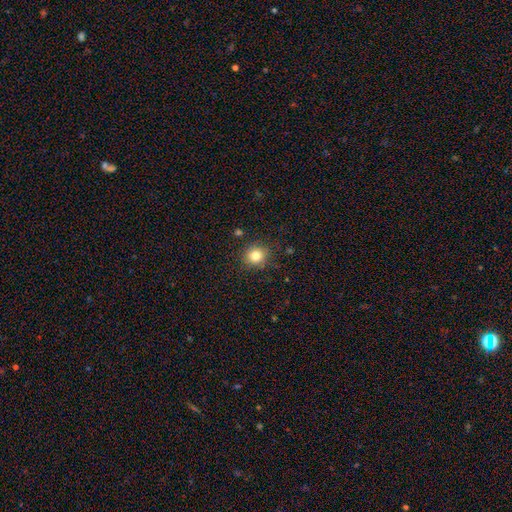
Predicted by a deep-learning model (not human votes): A smooth galaxy with no disk features (81%) that is round (86%).

Vote fractions:
- Smooth or featured? smooth: 81% / star or artifact: 12% / featured or disk: 7%
- How rounded? round: 86% / in between: 13% / cigar-shaped: 1%
- Merging? none: 86% / minor disturbance: 9% / major disturbance: 3% / merger: 2%